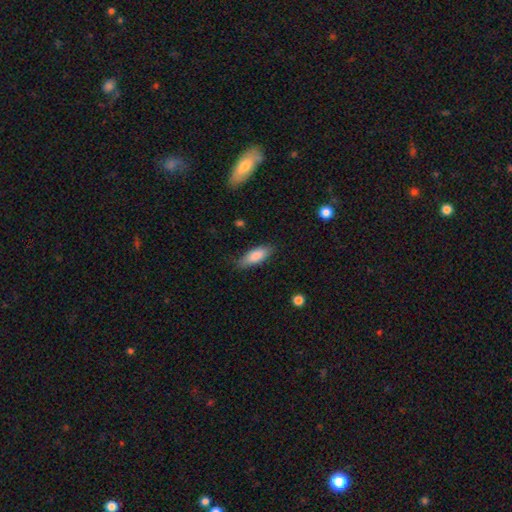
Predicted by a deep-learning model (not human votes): smooth-or-featured: smooth: 83% | featured or disk: 11% | star or artifact: 6%
  how-rounded: in between: 71% | cigar-shaped: 27% | round: 2%
  merging: none: 81% | minor disturbance: 14% | major disturbance: 3% | merger: 1%